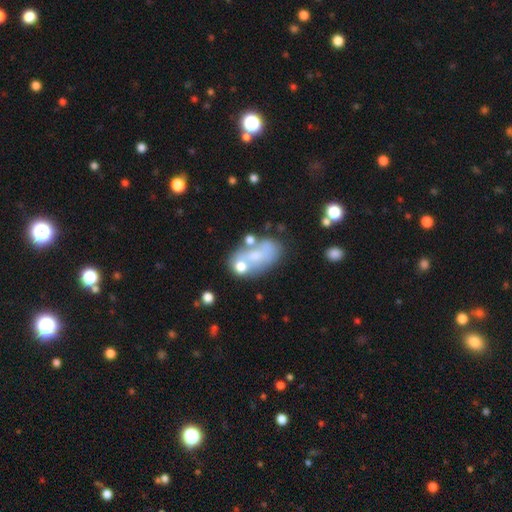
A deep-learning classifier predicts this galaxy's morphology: smooth_or_featured: smooth (p=0.44) [alt: featured or disk p=0.43]
merging: none (p=0.34) [alt: merger p=0.31]